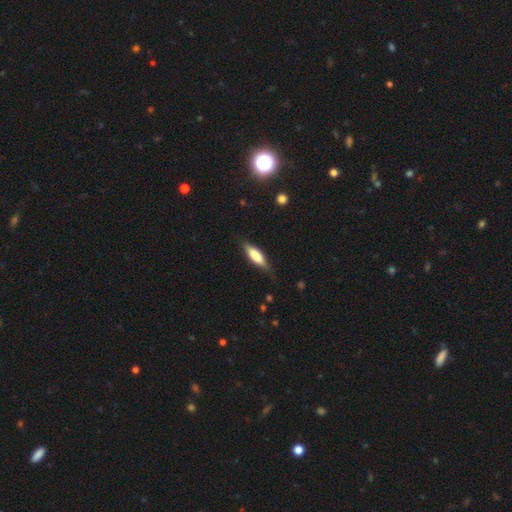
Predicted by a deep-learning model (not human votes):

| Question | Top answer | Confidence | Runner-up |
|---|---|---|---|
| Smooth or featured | smooth | 63% | featured or disk (31%) |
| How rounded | cigar-shaped | 56% | in between (42%) |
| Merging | none | 78% | minor disturbance (17%) |